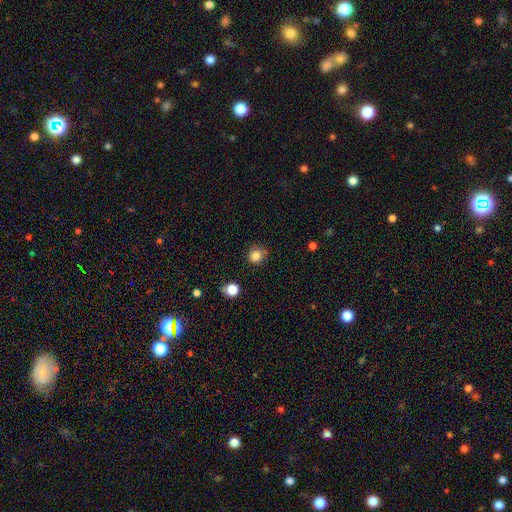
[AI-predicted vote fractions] The model was most divided on "merging": none: 76%, minor disturbance: 16%, major disturbance: 4%, merger: 3%. More confident: how rounded — round (89%); smooth or featured — smooth (83%).